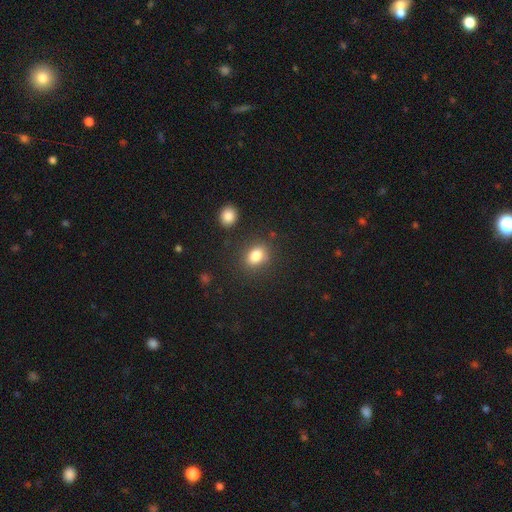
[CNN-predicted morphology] A smooth galaxy with no disk features (83%) that is in between round and cigar-shaped (62%).

Vote fractions:
- Smooth or featured? smooth: 83% / star or artifact: 10% / featured or disk: 7%
- How rounded? in between: 62% / round: 36% / cigar-shaped: 1%
- Merging? none: 79% / minor disturbance: 13% / major disturbance: 4% / merger: 4%